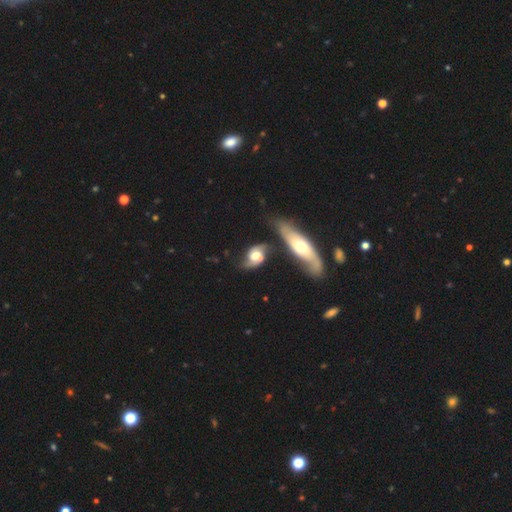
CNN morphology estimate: type=featured or disk (71%); edge-on=no (91%); bar=no (62%); spiral arms=yes (87%); winding=loose (53%); arm count=2 (89%); bulge=moderate (51%); merging=none (51%).